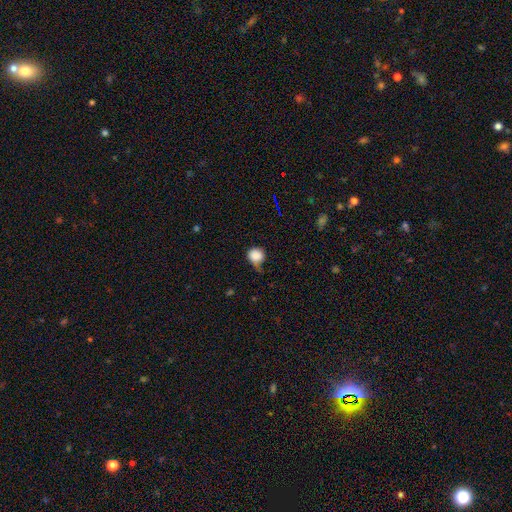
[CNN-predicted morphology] Smooth or featured?
  - smooth: 85% *
  - star or artifact: 10%
  - featured or disk: 6%
How rounded?
  - round: 84% *
  - in between: 15%
  - cigar-shaped: 1%
Merging?
  - none: 41% *
  - minor disturbance: 39%
  - major disturbance: 16%
  - merger: 4%